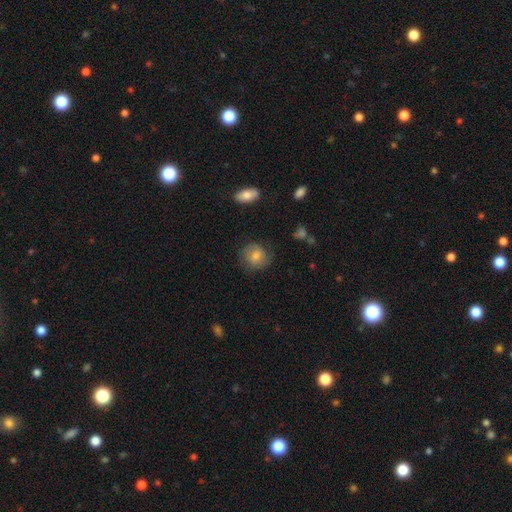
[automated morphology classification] smooth-or-featured: smooth: 70% | featured or disk: 20% | star or artifact: 9%
  how-rounded: round: 78% | in between: 21% | cigar-shaped: 1%
  merging: none: 78% | minor disturbance: 16% | major disturbance: 5% | merger: 1%